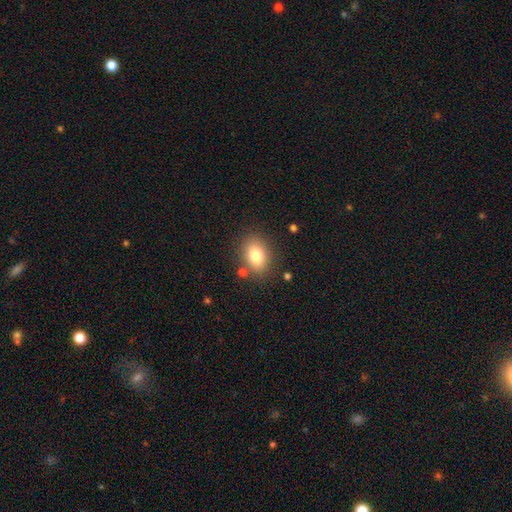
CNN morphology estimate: This appears to be a smooth galaxy with no disk features (80%) that is in between round and cigar-shaped (70%). Merging: none (81%).